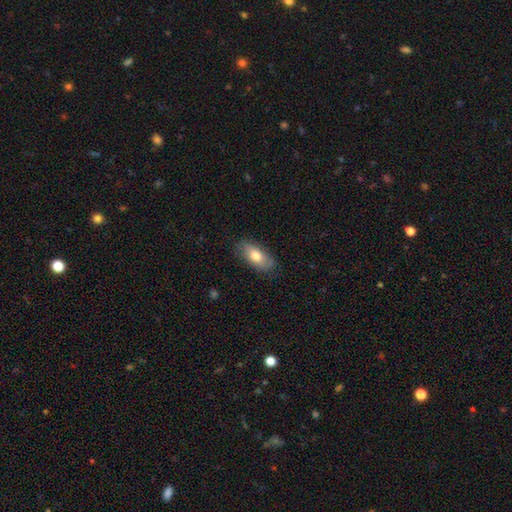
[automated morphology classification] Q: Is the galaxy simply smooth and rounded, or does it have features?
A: smooth — 71%.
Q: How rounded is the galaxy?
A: in between — 87%.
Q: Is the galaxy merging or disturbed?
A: none — 80%.